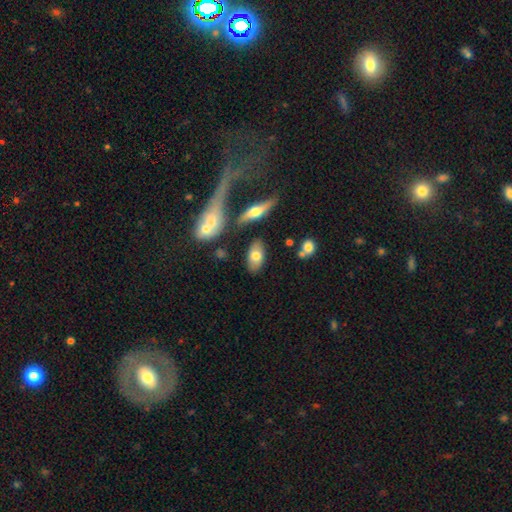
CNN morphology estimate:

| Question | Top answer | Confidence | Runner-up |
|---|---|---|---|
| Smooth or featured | smooth | 72% | featured or disk (21%) |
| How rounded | in between | 91% | cigar-shaped (5%) |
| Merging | none | 78% | minor disturbance (12%) |